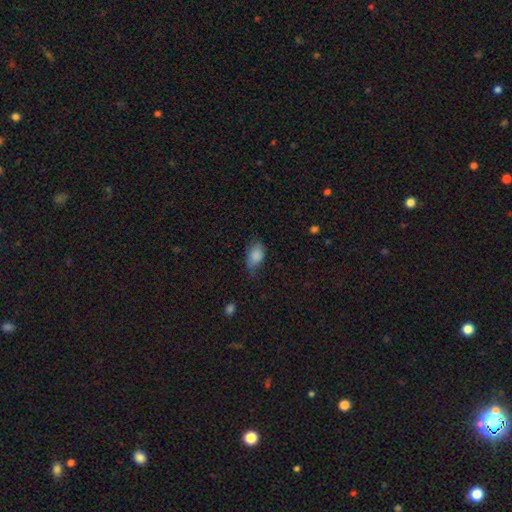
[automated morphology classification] smooth_or_featured: smooth (p=0.85) [alt: star or artifact p=0.08]
how_rounded: in between (p=0.89) [alt: round p=0.09]
merging: none (p=0.55) [alt: minor disturbance p=0.33]